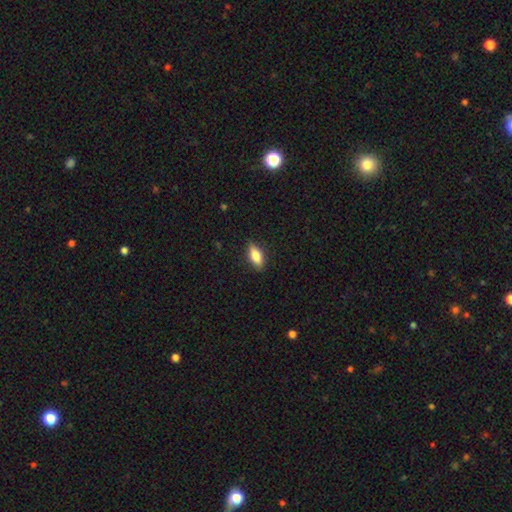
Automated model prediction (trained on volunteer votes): Smooth or featured? Predicted: smooth (p=0.74). How rounded? Predicted: in between (p=0.79). Merging? Predicted: none (p=0.86).